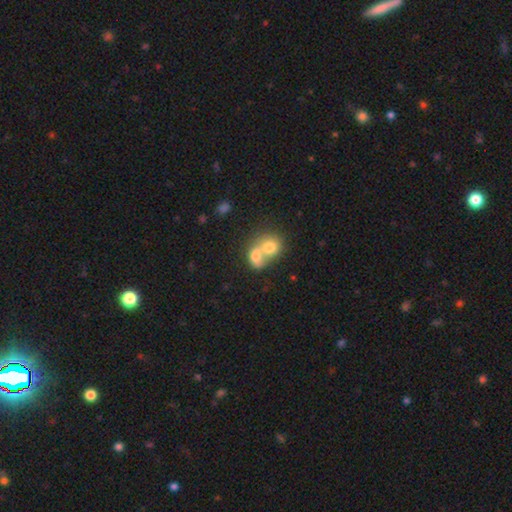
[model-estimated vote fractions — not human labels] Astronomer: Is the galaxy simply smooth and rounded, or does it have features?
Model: smooth — 70%.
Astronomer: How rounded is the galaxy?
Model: round — 51% (runner-up: in between, 47%).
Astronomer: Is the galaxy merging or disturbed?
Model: merger — 79%.